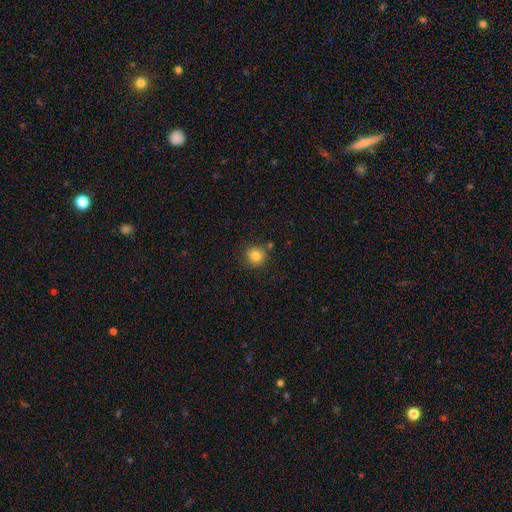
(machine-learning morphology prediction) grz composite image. It shows a smooth galaxy with no disk features (82%) that is round (93%). Merging: none (83%).